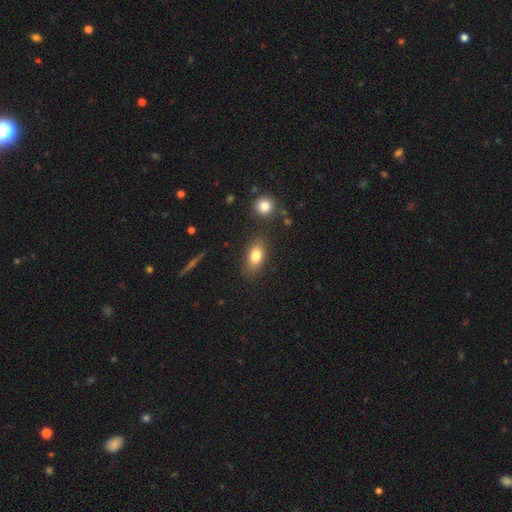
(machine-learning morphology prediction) Overall: smooth (79%). How rounded: in between (83%). Merging: none (79%).